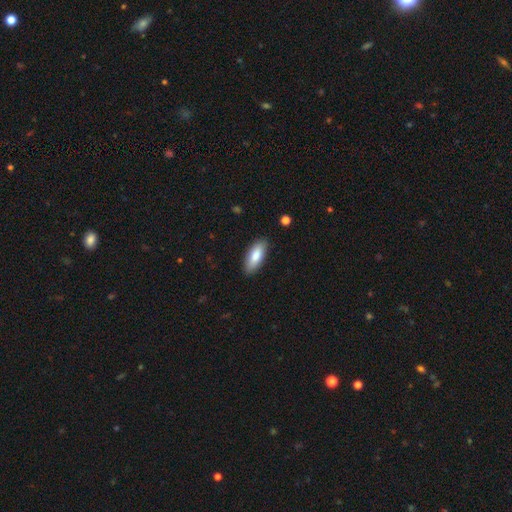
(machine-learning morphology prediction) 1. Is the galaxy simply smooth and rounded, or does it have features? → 83% smooth, 12% featured or disk, 6% star or artifact.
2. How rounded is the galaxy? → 77% in between, 21% cigar-shaped, 2% round.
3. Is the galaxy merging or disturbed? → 88% none, 9% minor disturbance, 2% major disturbance, 1% merger.